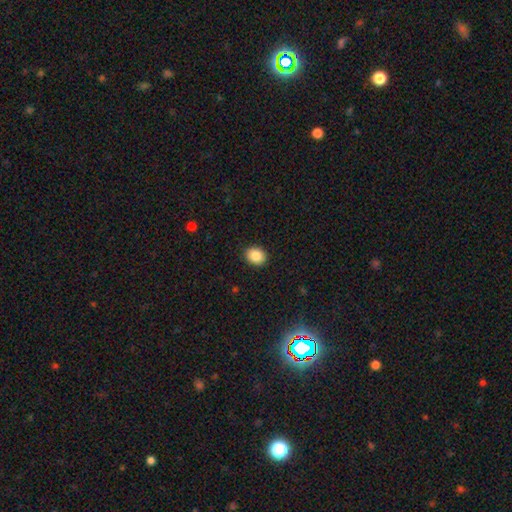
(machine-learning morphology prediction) smooth-or-featured: smooth: 87% | star or artifact: 9% | featured or disk: 4%
  how-rounded: round: 52% | in between: 47% | cigar-shaped: 1%
  merging: none: 90% | minor disturbance: 7% | major disturbance: 2% | merger: 1%